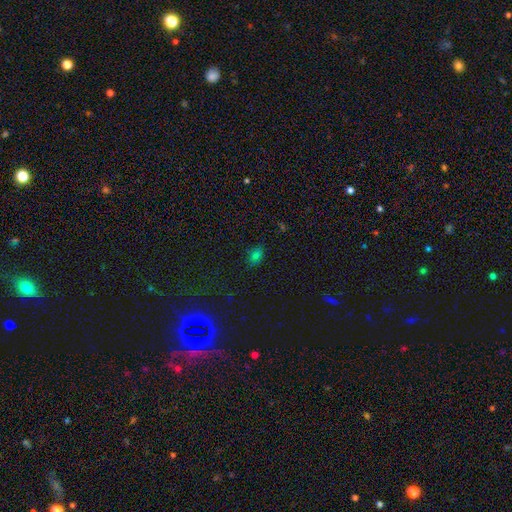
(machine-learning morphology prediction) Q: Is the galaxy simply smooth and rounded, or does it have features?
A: smooth — 72%.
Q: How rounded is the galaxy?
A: in between — 79%.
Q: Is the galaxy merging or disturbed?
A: none — 82%.